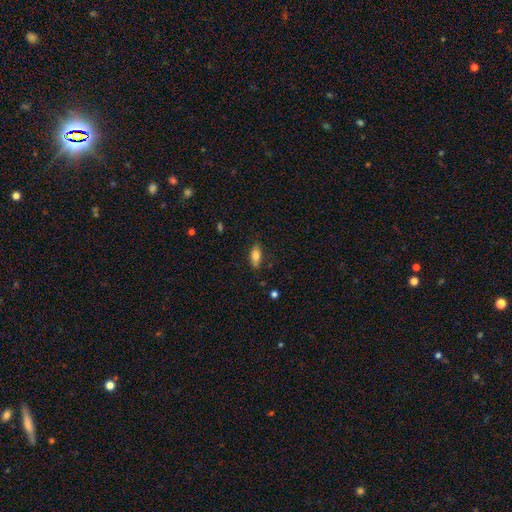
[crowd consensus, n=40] Smooth or featured? 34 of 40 (85%) said smooth. How rounded? 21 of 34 (62%) said in between. Merging? 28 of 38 (74%) said none.